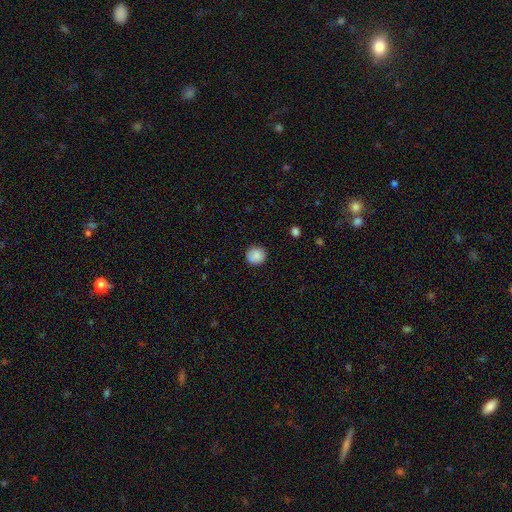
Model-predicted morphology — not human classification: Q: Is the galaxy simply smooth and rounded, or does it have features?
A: smooth — 86%.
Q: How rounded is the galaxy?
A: round — 90%.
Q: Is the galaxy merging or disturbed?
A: none — 86%.